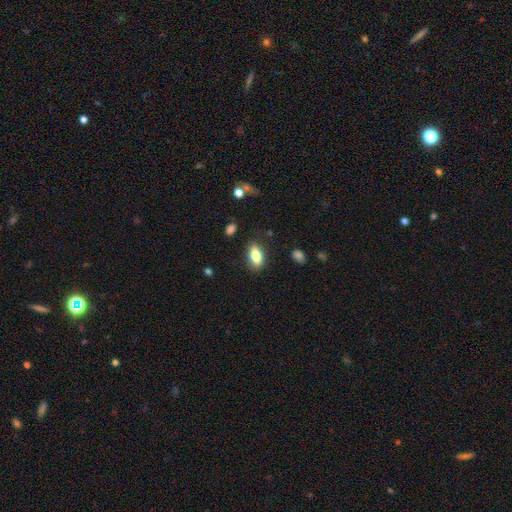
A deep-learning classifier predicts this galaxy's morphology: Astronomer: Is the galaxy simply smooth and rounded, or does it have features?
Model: smooth — 79%.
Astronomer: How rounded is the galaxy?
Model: in between — 85%.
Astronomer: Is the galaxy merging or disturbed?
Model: none — 84%.